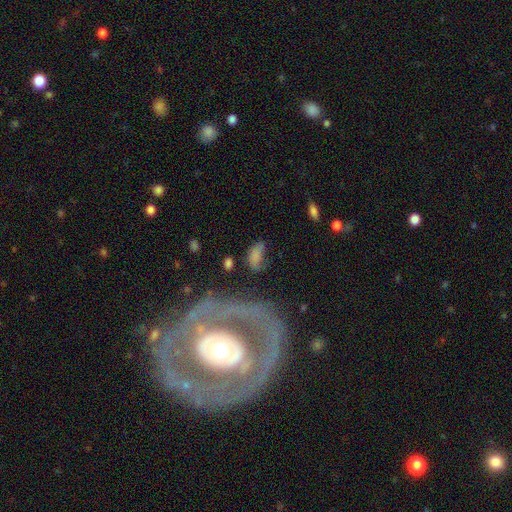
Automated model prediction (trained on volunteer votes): This appears to be a smooth galaxy with no disk features (73%) that is in between round and cigar-shaped (90%). Merging: none (42%).